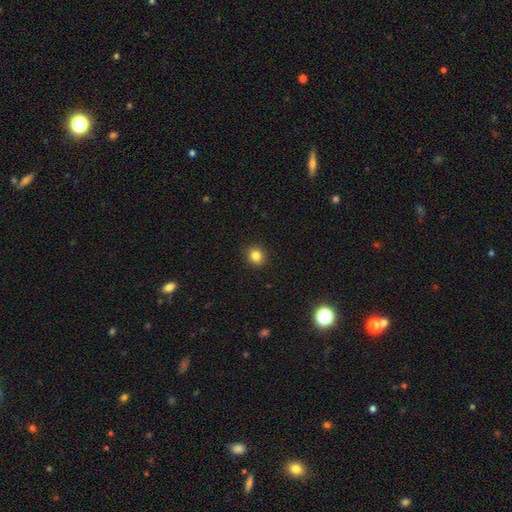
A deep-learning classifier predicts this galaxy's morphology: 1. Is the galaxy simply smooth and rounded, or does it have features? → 83% smooth, 11% star or artifact, 5% featured or disk.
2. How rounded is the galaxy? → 86% round, 13% in between, 1% cigar-shaped.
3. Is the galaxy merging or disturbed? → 92% none, 5% minor disturbance, 2% major disturbance, 1% merger.